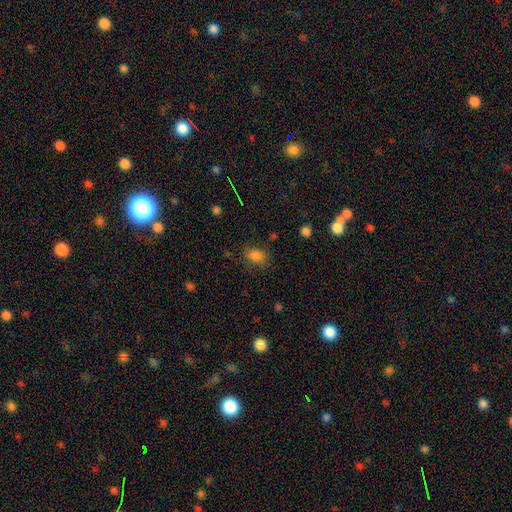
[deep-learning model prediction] This appears to be a smooth galaxy with no disk features (82%) that is in between round and cigar-shaped (76%). Merging: none (76%).